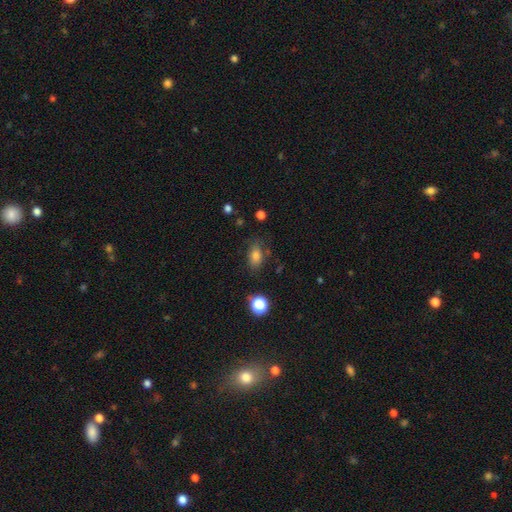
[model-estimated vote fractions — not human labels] A smooth galaxy with no disk features (79%) that is in between round and cigar-shaped (83%). Merging: none (75%).